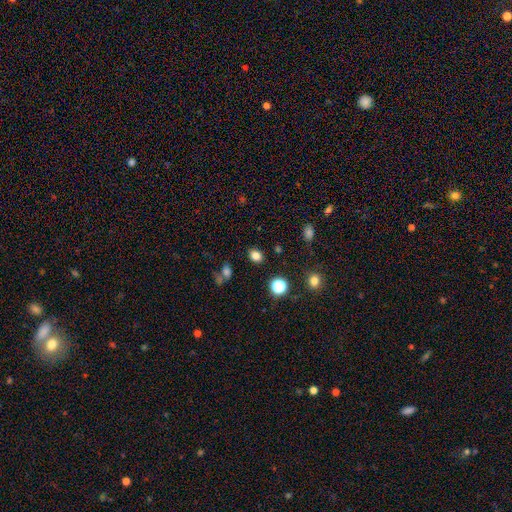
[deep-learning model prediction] smooth_or_featured: smooth (p=0.80) [alt: star or artifact p=0.15]
how_rounded: in between (p=0.53) [alt: round p=0.46]
merging: none (p=0.85) [alt: minor disturbance p=0.09]